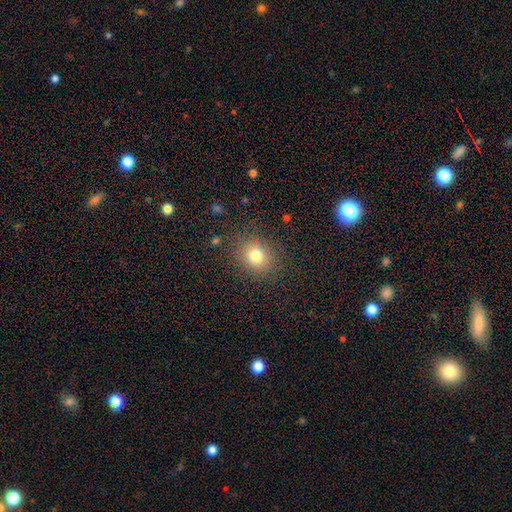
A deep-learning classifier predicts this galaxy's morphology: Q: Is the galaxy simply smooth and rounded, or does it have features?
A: smooth — 76%.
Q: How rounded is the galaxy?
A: round — 70%.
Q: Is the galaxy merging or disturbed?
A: none — 83%.